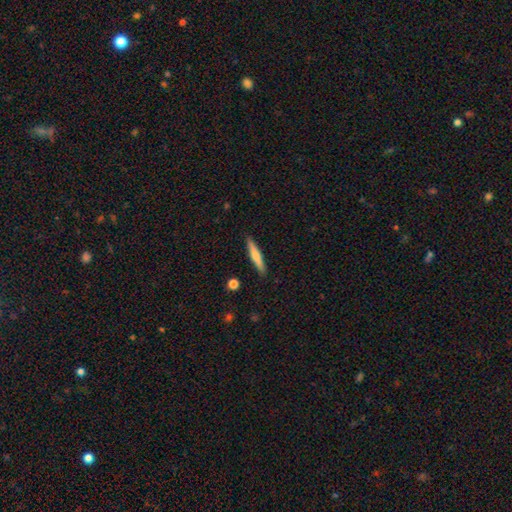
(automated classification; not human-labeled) smooth-or-featured: smooth: 63% | featured or disk: 32% | star or artifact: 6%
  how-rounded: cigar-shaped: 93% | in between: 6% | round: 1%
  merging: none: 90% | minor disturbance: 7% | major disturbance: 1% | merger: 1%